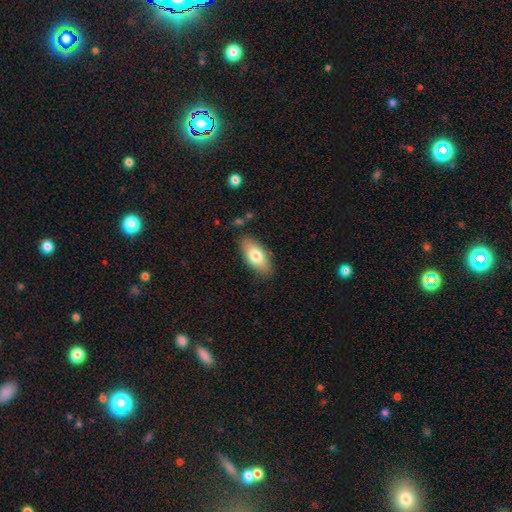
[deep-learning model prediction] The model was most divided on "smooth or featured": smooth: 77%, featured or disk: 17%, star or artifact: 6%. More confident: how rounded — in between (88%); merging — none (84%).